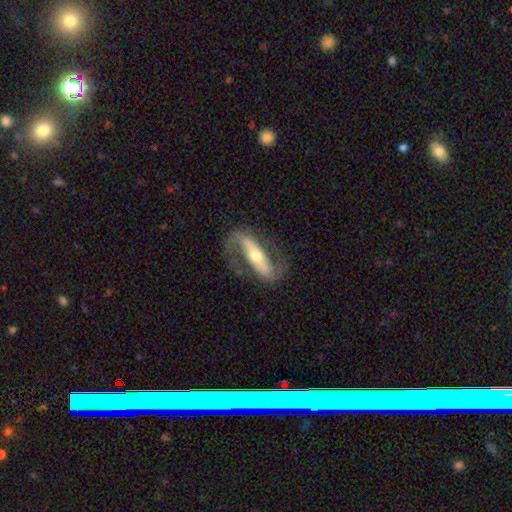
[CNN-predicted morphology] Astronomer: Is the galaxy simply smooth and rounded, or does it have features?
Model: featured or disk — 87%.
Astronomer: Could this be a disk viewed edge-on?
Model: no — 85%.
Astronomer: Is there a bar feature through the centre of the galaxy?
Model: strong — 59%.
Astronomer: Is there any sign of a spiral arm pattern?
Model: yes — 93%.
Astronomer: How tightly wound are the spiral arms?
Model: loose — 45% (runner-up: medium, 40%).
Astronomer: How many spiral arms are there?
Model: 2 — 91%.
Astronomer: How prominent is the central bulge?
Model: moderate — 62%.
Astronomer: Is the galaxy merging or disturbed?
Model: none — 77%.